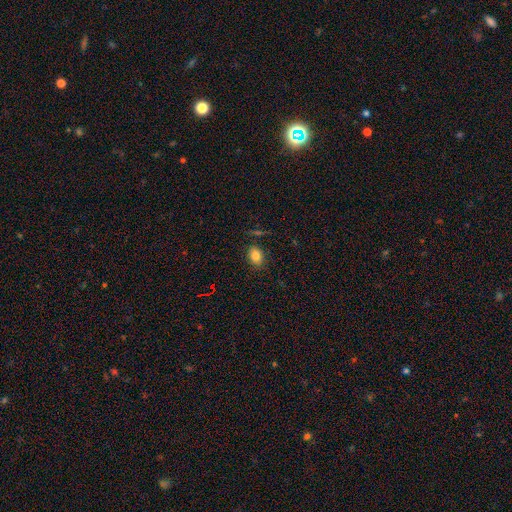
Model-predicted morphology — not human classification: Overall: smooth (81%). How rounded: in between (68%; round 30%). Merging: none (81%).